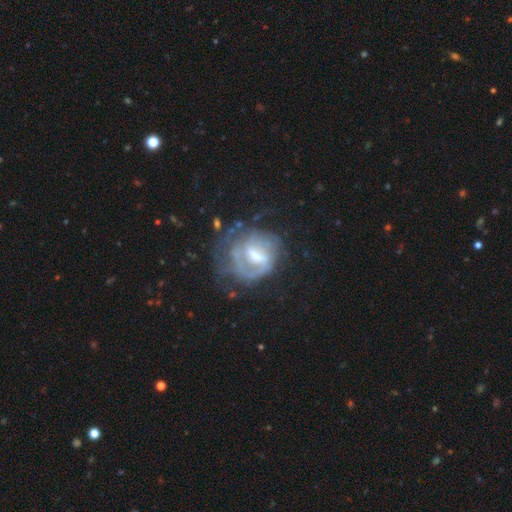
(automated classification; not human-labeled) Overall: featured or disk (75%). Edge-on disk: no (96%). Bar: weak (50%; strong 35%). Spiral arms: yes (74%). Spiral arm count: can't tell (37%; 2 34%). Spiral winding: tight (45%; medium 36%). Bulge size: moderate (48%; small 29%). Merging: none (47%; major disturbance 27%).